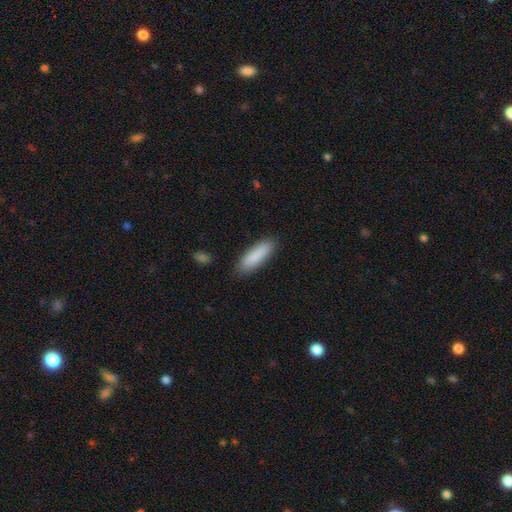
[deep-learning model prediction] smooth-or-featured: smooth: 87% | featured or disk: 7% | star or artifact: 6%
  how-rounded: cigar-shaped: 59% | in between: 39% | round: 1%
  merging: none: 87% | minor disturbance: 10% | major disturbance: 2% | merger: 1%